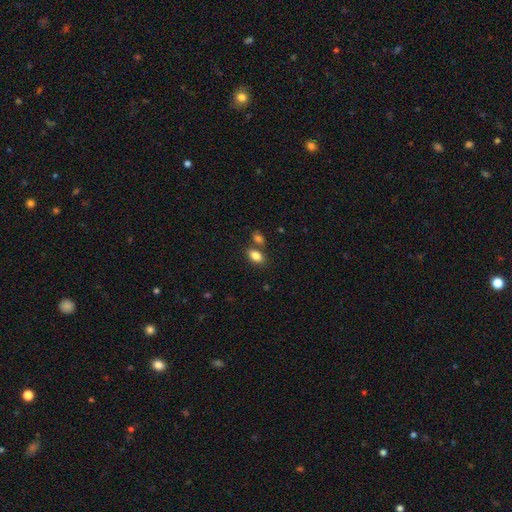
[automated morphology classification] This is clearly a smooth galaxy (84%). How rounded: clearly in between (87%). Merging: likely none (65%).